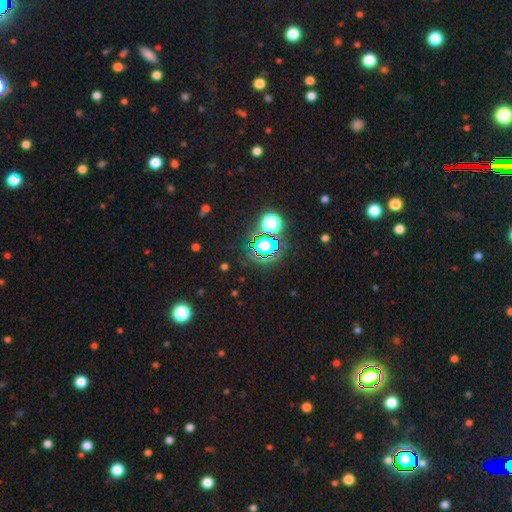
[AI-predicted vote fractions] star or artifact 79%, smooth 13%, featured or disk 7%.